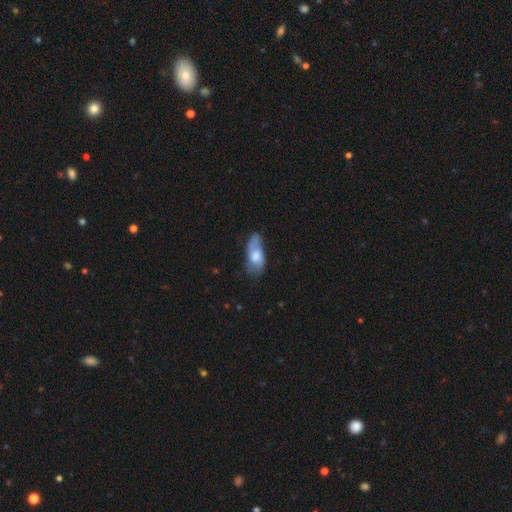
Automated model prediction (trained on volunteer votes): Morphology: type=smooth (58%); roundness=in between (85%); merging=none (44%).